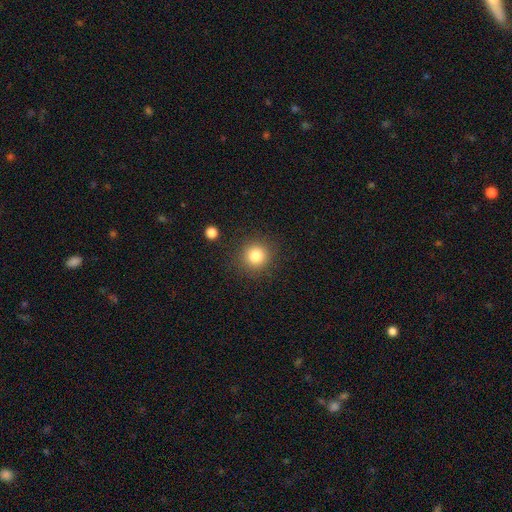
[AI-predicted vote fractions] smooth_or_featured: smooth (p=0.82) [alt: star or artifact p=0.12]
how_rounded: round (p=0.92) [alt: in between p=0.07]
merging: none (p=0.88) [alt: minor disturbance p=0.07]